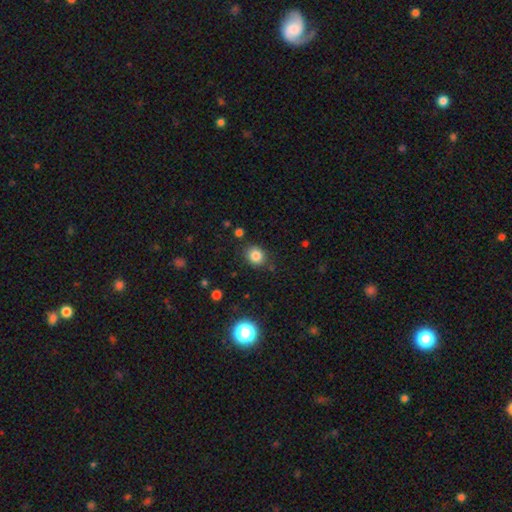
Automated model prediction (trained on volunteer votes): smooth-or-featured: smooth: 83% | star or artifact: 12% | featured or disk: 5%
  how-rounded: round: 72% | in between: 27% | cigar-shaped: 1%
  merging: none: 83% | minor disturbance: 11% | major disturbance: 3% | merger: 3%